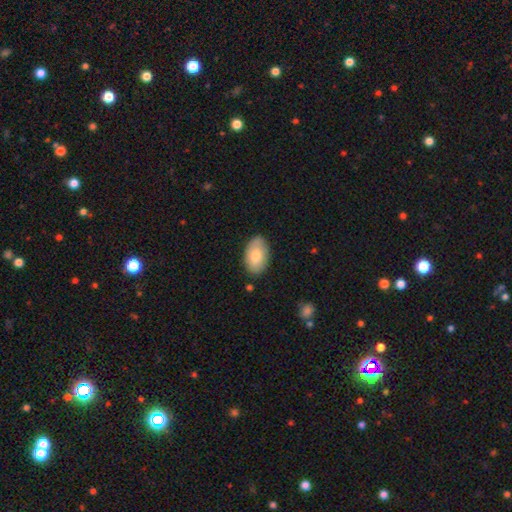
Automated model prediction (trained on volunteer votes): Q: Smooth or featured?
A: smooth (78%); runner-up: featured or disk (16%)
Q: How rounded?
A: in between (93%); runner-up: round (6%)
Q: Merging?
A: none (83%); runner-up: minor disturbance (13%)